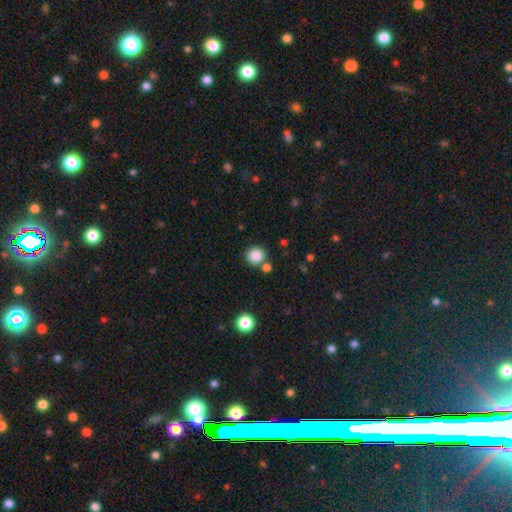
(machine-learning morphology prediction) A smooth galaxy with no disk features (85%) that is round (89%).

Vote fractions:
- Smooth or featured? smooth: 85% / star or artifact: 10% / featured or disk: 4%
- How rounded? round: 89% / in between: 10% / cigar-shaped: 1%
- Merging? none: 76% / merger: 13% / minor disturbance: 8% / major disturbance: 3%